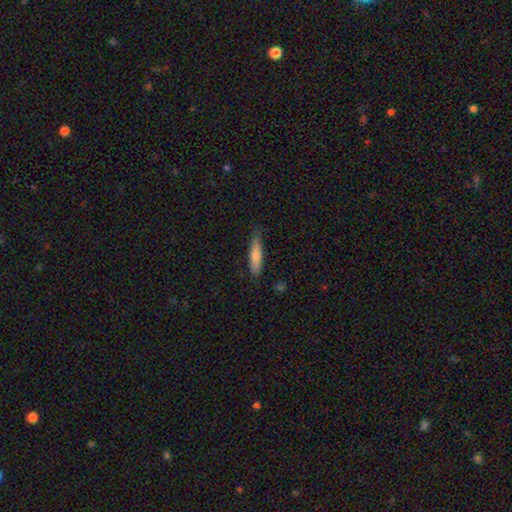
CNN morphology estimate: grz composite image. It shows a smooth galaxy with no disk features (74%) that is cigar-shaped (80%). Merging: none (77%).